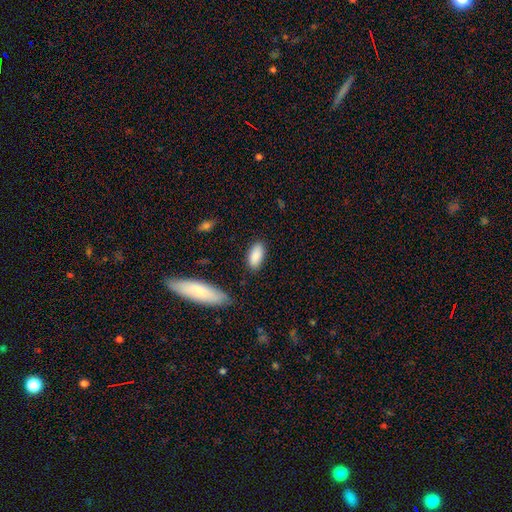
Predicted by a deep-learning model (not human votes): This is clearly a smooth galaxy (88%). How rounded: clearly in between (86%). Merging: clearly none (83%).